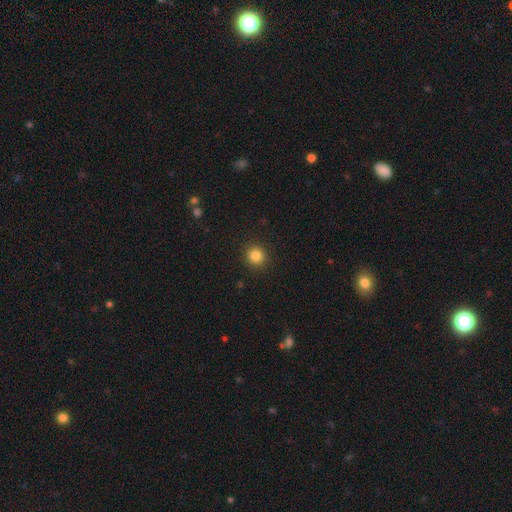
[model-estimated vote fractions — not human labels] Overall: smooth (84%). How rounded: round (92%). Merging: none (92%).